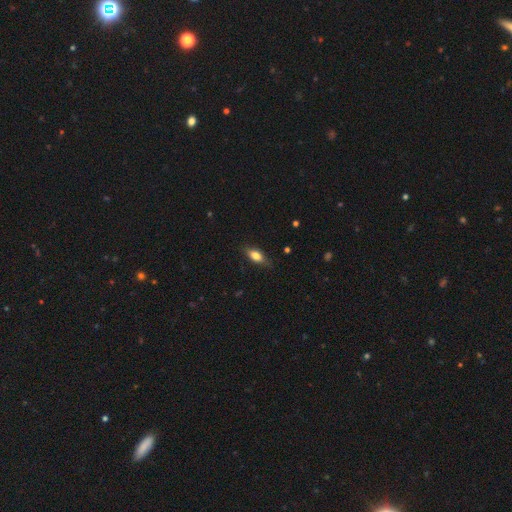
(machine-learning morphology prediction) A smooth galaxy with no disk features (69%) that is in between round and cigar-shaped (77%). Merging: none (79%).